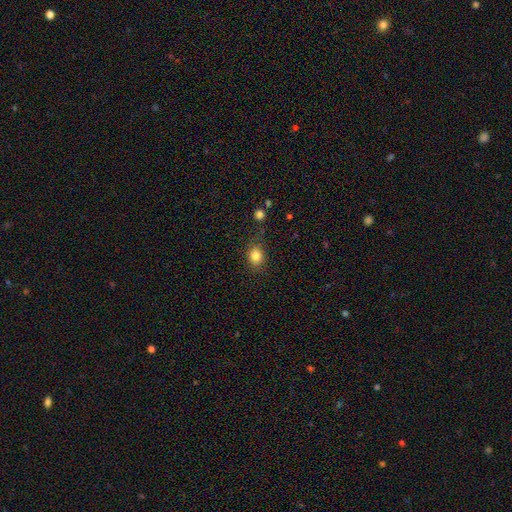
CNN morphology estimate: Smooth or featured? smooth (83%)
How rounded? round (59%)
Merging? none (77%)